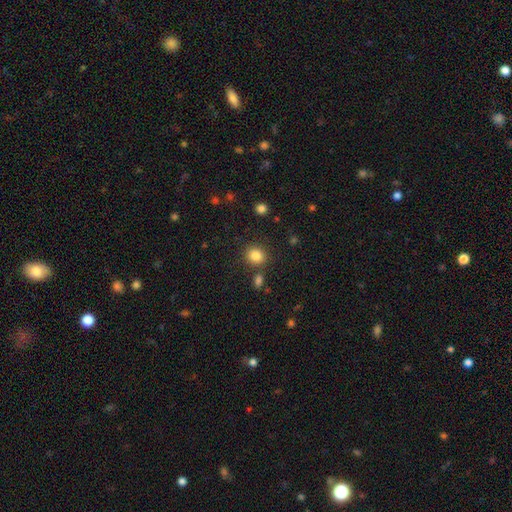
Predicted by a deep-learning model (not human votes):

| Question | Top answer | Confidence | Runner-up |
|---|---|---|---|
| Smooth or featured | smooth | 85% | star or artifact (10%) |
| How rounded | round | 78% | in between (21%) |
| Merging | none | 82% | minor disturbance (8%) |